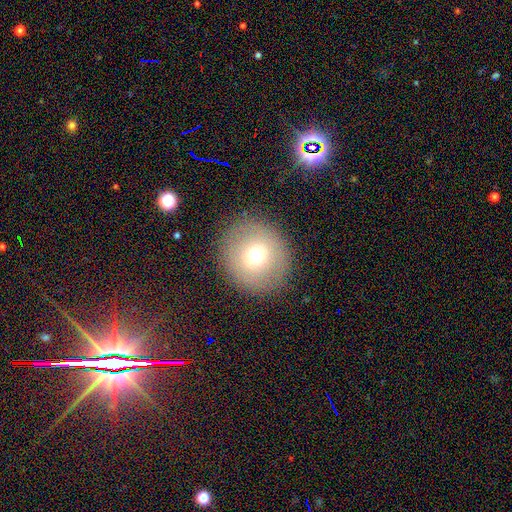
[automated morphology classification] A smooth galaxy with no disk features (68%) that is round (92%). Merging: none (89%).